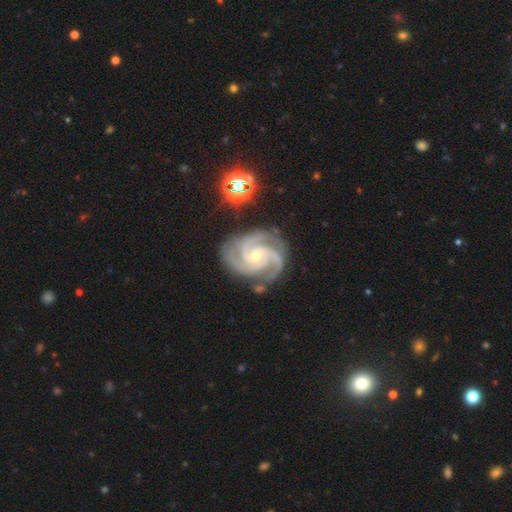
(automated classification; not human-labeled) The model was most divided on "spiral winding": tight: 62%, medium: 35%, loose: 3%. More confident: spiral arms — yes (99%); edge-on disk — no (98%); smooth or featured — featured or disk (93%); merging — none (74%); bulge size — small (67%); bar — no (62%); spiral arm count — 3 (57%).